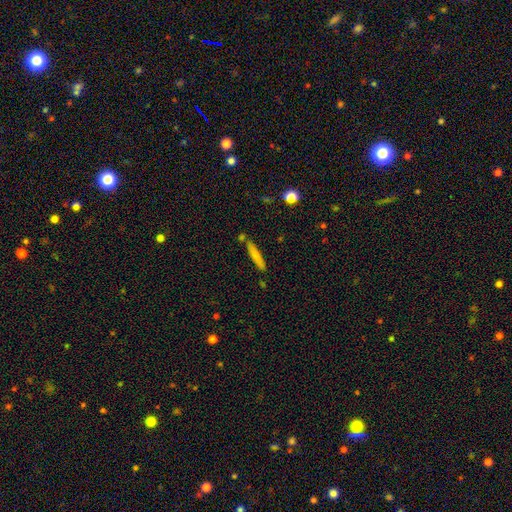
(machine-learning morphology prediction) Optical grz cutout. It shows a smooth galaxy with no disk features (72%) that is cigar-shaped (92%). Merging: none (78%).